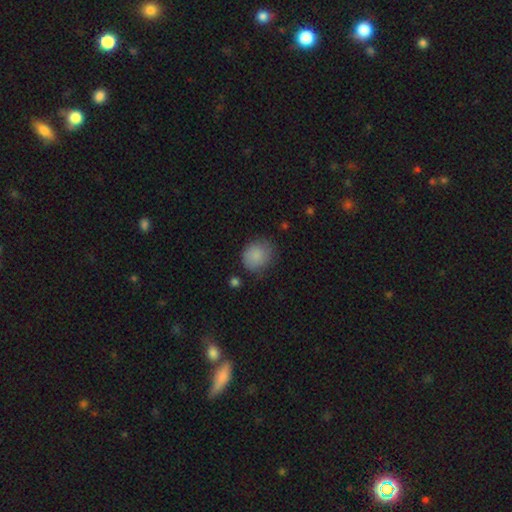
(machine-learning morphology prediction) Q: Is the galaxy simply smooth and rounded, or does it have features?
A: smooth — 86%.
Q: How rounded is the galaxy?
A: round — 70%.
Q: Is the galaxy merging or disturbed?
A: none — 71%.